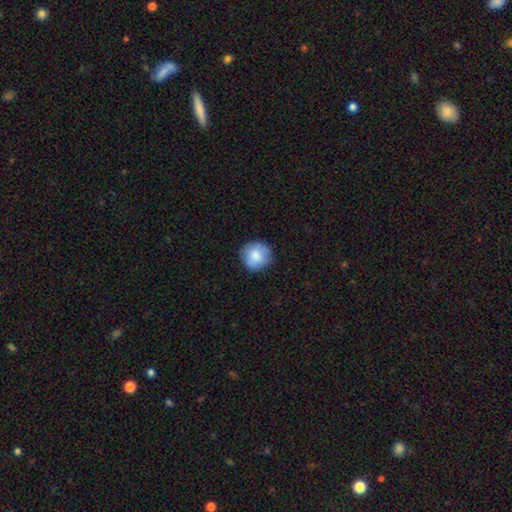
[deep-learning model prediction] The model was most divided on "smooth or featured": smooth: 83%, featured or disk: 10%, star or artifact: 7%. More confident: how rounded — round (93%); merging — none (86%).